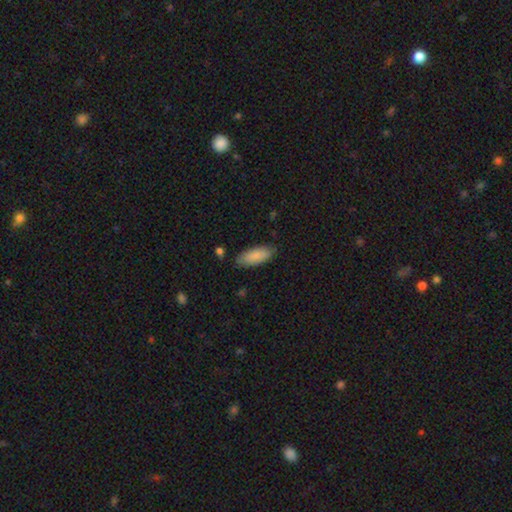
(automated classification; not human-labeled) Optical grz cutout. It shows a smooth galaxy with no disk features (87%) that is in between round and cigar-shaped (79%). Merging: none (81%).